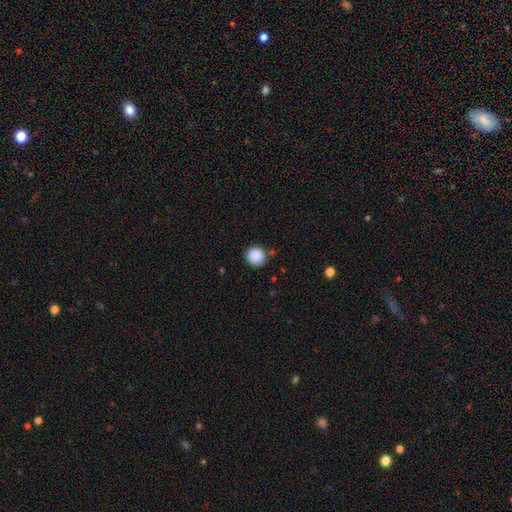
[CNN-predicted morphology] Smooth or featured: smooth — 89% (star or artifact — 9%)
How rounded: round — 92% (in between — 7%)
Merging: none — 86% (minor disturbance — 9%)